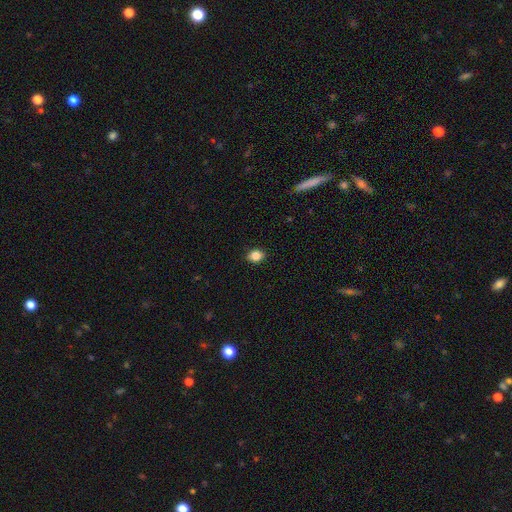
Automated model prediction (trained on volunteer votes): Q: Smooth or featured?
A: smooth (86%); runner-up: star or artifact (10%)
Q: How rounded?
A: in between (56%); runner-up: round (43%)
Q: Merging?
A: none (89%); runner-up: minor disturbance (8%)